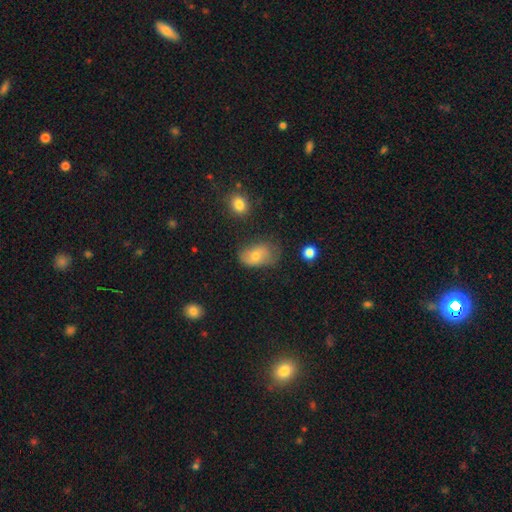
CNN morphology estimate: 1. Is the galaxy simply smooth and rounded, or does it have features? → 70% smooth, 21% featured or disk, 9% star or artifact.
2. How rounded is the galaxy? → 85% in between, 14% round, 1% cigar-shaped.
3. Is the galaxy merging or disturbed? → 44% none, 35% minor disturbance, 17% major disturbance, 4% merger.